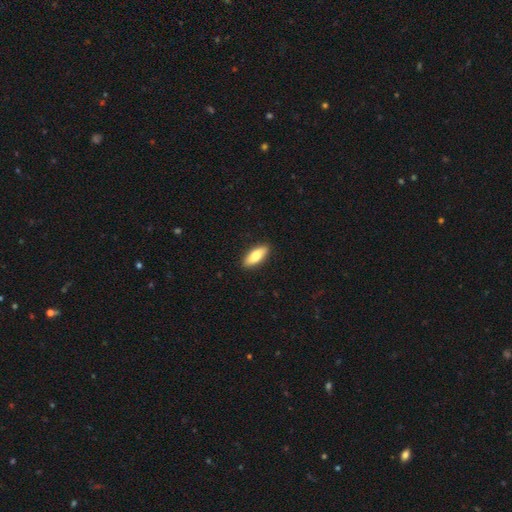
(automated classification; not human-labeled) smooth_or_featured: smooth (p=0.79) [alt: featured or disk p=0.16]
how_rounded: in between (p=0.74) [alt: cigar-shaped p=0.24]
merging: none (p=0.90) [alt: minor disturbance p=0.08]